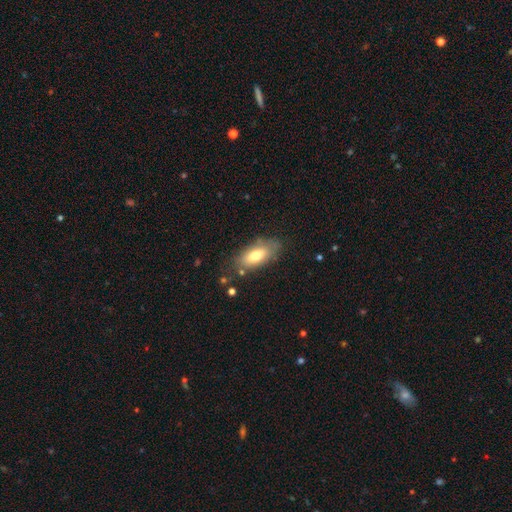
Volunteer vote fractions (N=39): Morphology: type=smooth (85%); roundness=in between (94%); merging=none (71%).